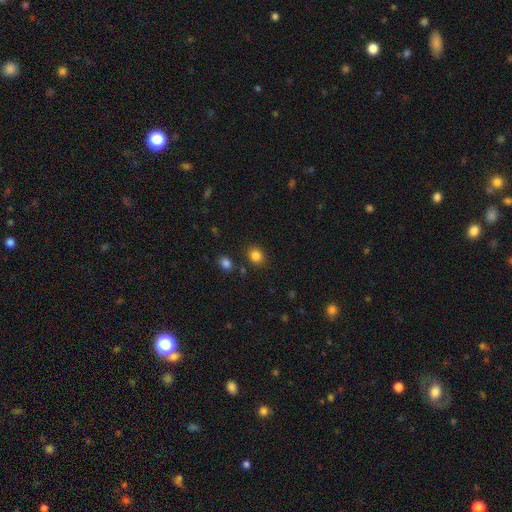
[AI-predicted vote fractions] The model was most divided on "how rounded": round: 63%, in between: 36%, cigar-shaped: 1%. More confident: merging — none (85%); smooth or featured — smooth (84%).